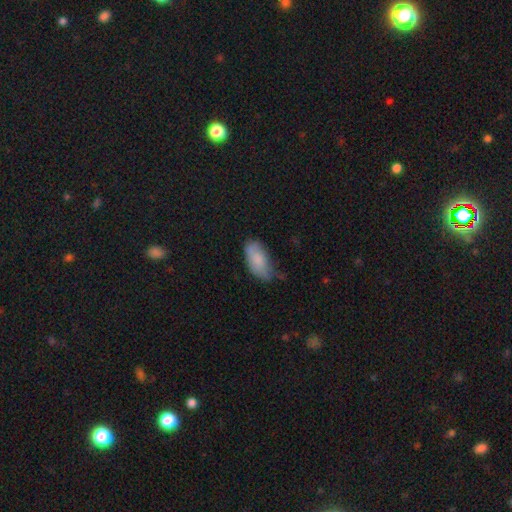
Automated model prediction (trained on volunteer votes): A smooth galaxy with no disk features (82%) that is in between round and cigar-shaped (93%). Merging: none (45%).